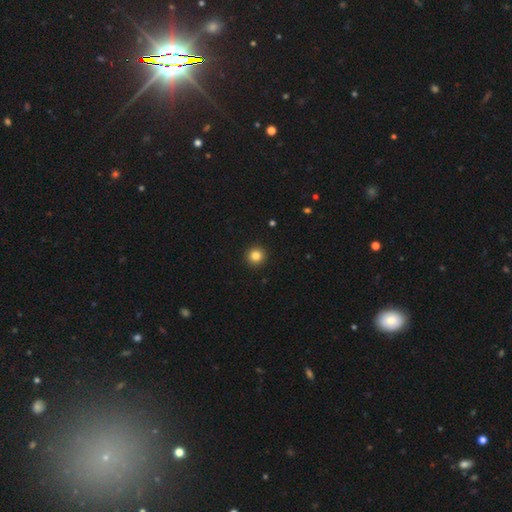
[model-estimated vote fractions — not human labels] This appears to be a smooth galaxy with no disk features (84%) that is round (95%). Merging: none (94%).